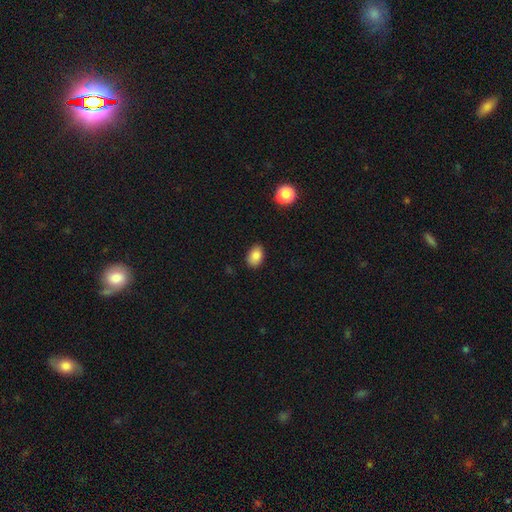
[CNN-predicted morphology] A smooth galaxy with no disk features (86%) that is in between round and cigar-shaped (81%).

Vote fractions:
- Smooth or featured? smooth: 86% / star or artifact: 9% / featured or disk: 5%
- How rounded? in between: 81% / round: 17% / cigar-shaped: 1%
- Merging? none: 84% / minor disturbance: 12% / major disturbance: 2% / merger: 1%